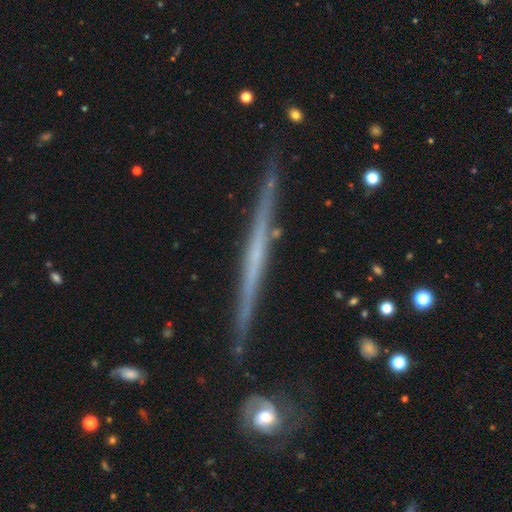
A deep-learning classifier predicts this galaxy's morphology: Smooth or featured? Predicted: featured or disk (p=0.72). Edge-on disk? Predicted: yes (p=0.98). Edge-on bulge? Predicted: none (p=0.85). Merging? Predicted: none (p=0.88).